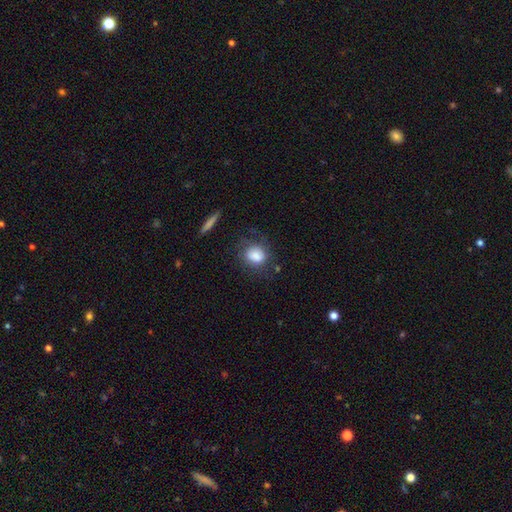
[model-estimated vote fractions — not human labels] This is clearly a smooth galaxy (82%). How rounded: possibly round (59%). Merging: likely none (61%).